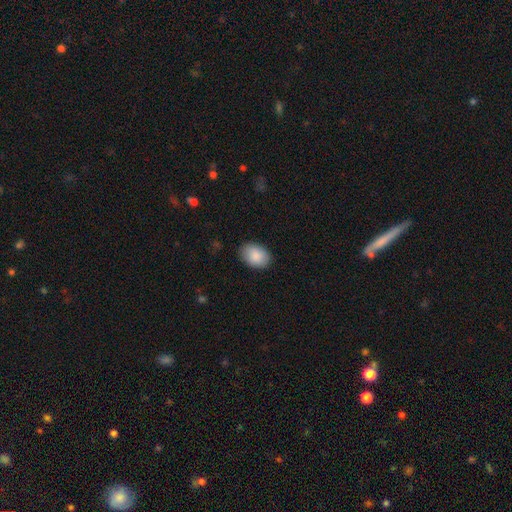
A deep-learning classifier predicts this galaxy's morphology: type=smooth (89%); roundness=in between (80%); merging=none (87%).